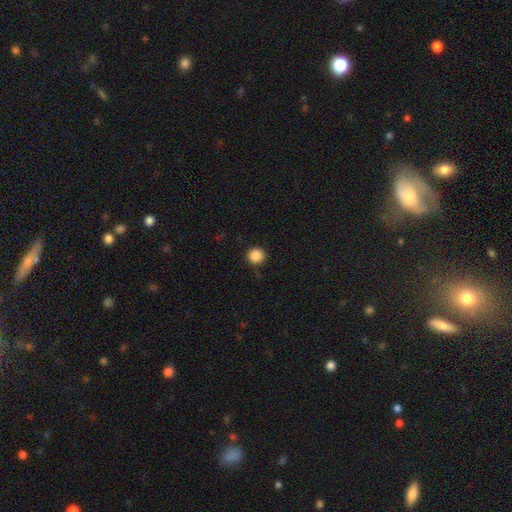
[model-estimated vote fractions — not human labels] This is clearly a smooth galaxy (87%). How rounded: clearly round (95%). Merging: clearly none (91%).